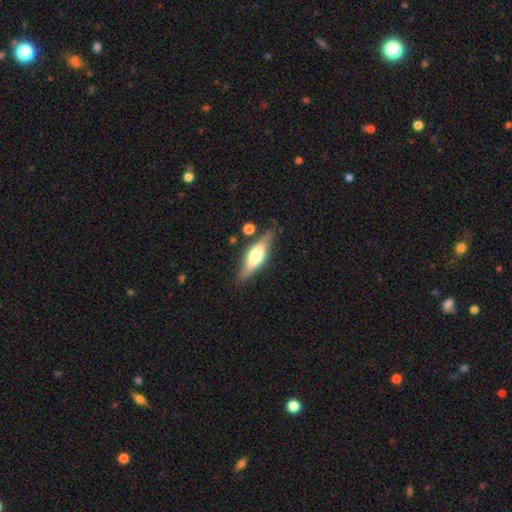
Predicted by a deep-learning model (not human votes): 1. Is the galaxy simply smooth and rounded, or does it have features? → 55% featured or disk, 39% smooth, 6% star or artifact.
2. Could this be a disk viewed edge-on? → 89% yes, 11% no.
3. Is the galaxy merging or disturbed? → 76% none, 15% minor disturbance, 5% merger, 4% major disturbance.